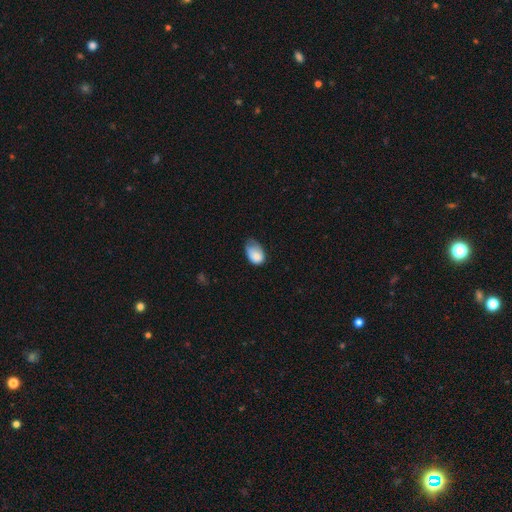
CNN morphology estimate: Q: Smooth or featured?
A: smooth (79%); runner-up: featured or disk (14%)
Q: How rounded?
A: in between (86%); runner-up: round (13%)
Q: Merging?
A: minor disturbance (48%); runner-up: none (27%)